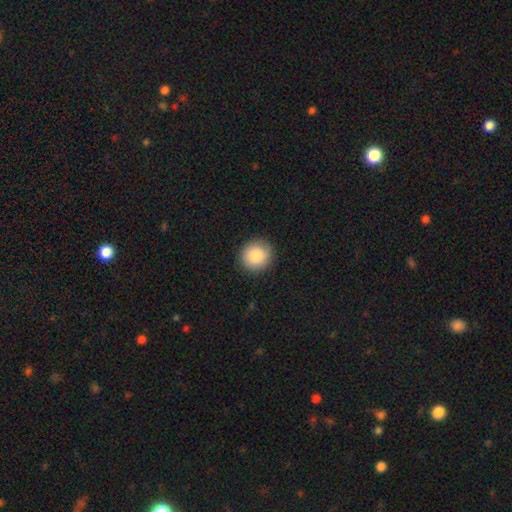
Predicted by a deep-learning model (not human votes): smooth-or-featured: smooth: 85% | star or artifact: 8% | featured or disk: 7%
  how-rounded: round: 90% | in between: 9% | cigar-shaped: 1%
  merging: none: 90% | minor disturbance: 7% | major disturbance: 2% | merger: 1%